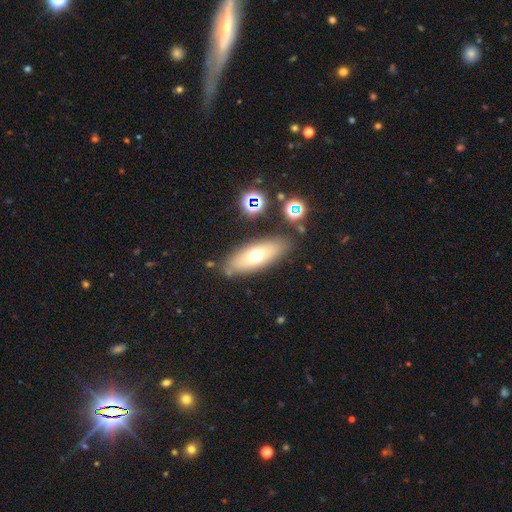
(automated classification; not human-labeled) Smooth or featured? Predicted: smooth (p=0.63). How rounded? Predicted: in between (p=0.68). Merging? Predicted: none (p=0.82).